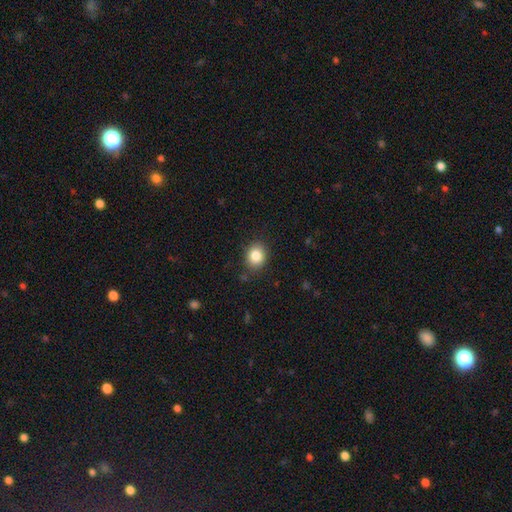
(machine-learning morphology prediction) A smooth galaxy with no disk features (84%) that is round (60%). Merging: none (85%).